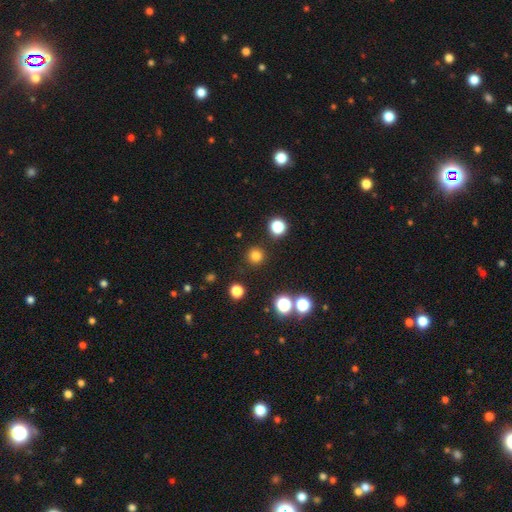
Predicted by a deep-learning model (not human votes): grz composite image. It shows a smooth galaxy with no disk features (78%) that is round (95%). Merging: none (90%).